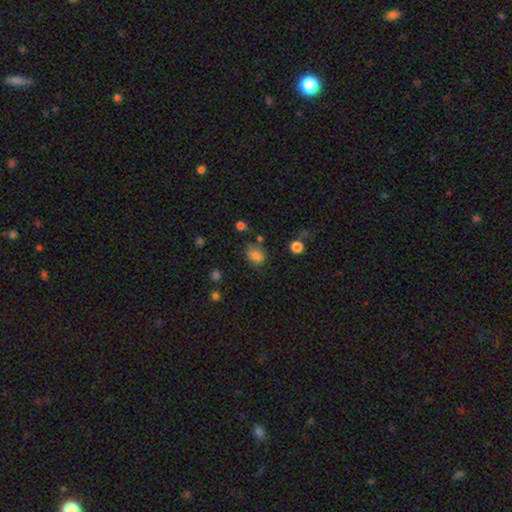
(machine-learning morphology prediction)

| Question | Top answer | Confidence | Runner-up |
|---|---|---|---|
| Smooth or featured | smooth | 78% | star or artifact (12%) |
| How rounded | in between | 66% | round (33%) |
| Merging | none | 63% | minor disturbance (23%) |